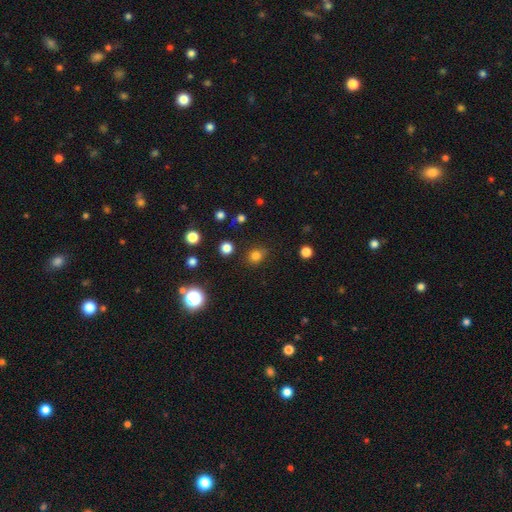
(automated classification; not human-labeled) Overall: smooth (79%). How rounded: round (66%; in between 33%). Merging: none (80%).